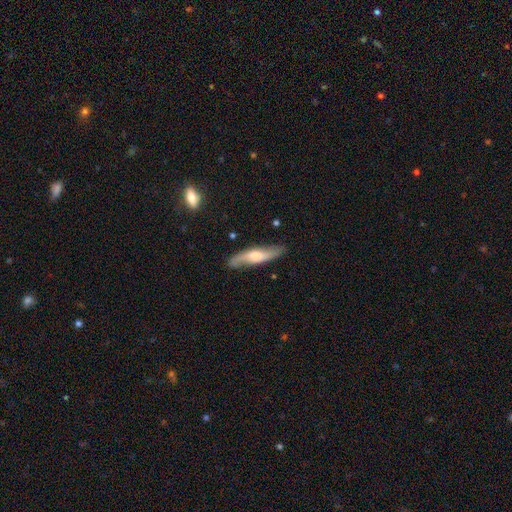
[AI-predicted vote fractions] Smooth or featured?
  - featured or disk: 56% *
  - smooth: 38%
  - star or artifact: 5%
Edge-on disk?
  - yes: 53% *
  - no: 47%
Merging?
  - none: 80% *
  - minor disturbance: 15%
  - major disturbance: 3%
  - merger: 2%